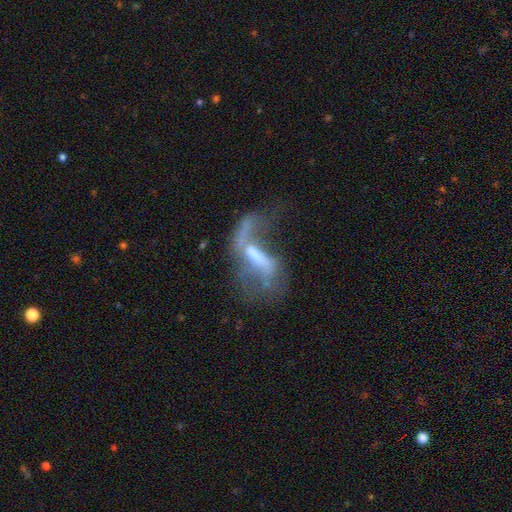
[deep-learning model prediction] This is likely a featured or disk galaxy (65%). It is clearly not viewed edge-on (89%). Bar: marginally strong (35%). Spiral arm pattern: possibly no (51%). Central bulge: marginally moderate (33%). Merging: possibly major disturbance (50%).